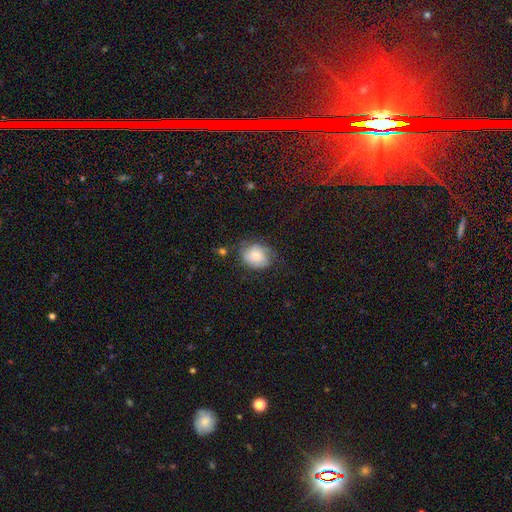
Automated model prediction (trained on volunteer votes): Smooth or featured?
  - smooth: 55% *
  - featured or disk: 37%
  - star or artifact: 8%
How rounded?
  - round: 53% *
  - in between: 46%
  - cigar-shaped: 1%
Merging?
  - none: 56% *
  - minor disturbance: 28%
  - major disturbance: 14%
  - merger: 2%